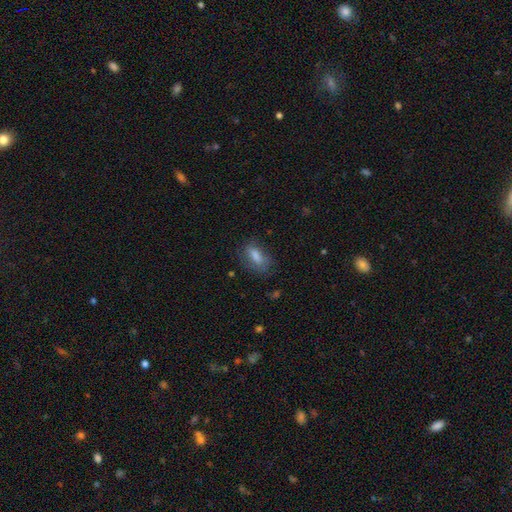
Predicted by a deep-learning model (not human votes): smooth_or_featured: smooth (p=0.70) [alt: featured or disk p=0.18]
how_rounded: in between (p=0.76) [alt: cigar-shaped p=0.18]
merging: none (p=0.69) [alt: minor disturbance p=0.21]